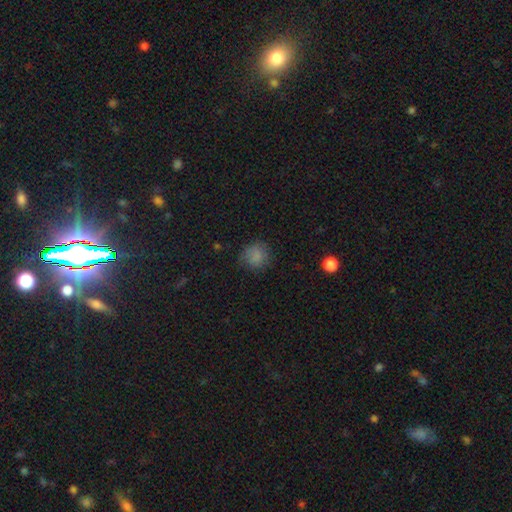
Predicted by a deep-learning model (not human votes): smooth_or_featured: smooth (p=0.81) [alt: star or artifact p=0.12]
how_rounded: round (p=0.86) [alt: in between p=0.13]
merging: none (p=0.73) [alt: minor disturbance p=0.19]